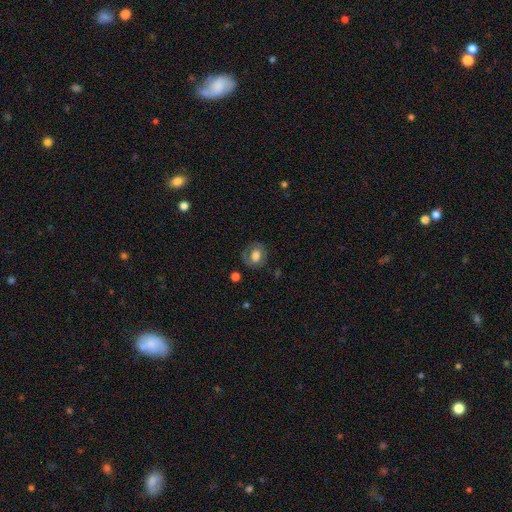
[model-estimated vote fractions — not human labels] Morphology: type=smooth (55%); roundness=round (67%); merging=none (71%).